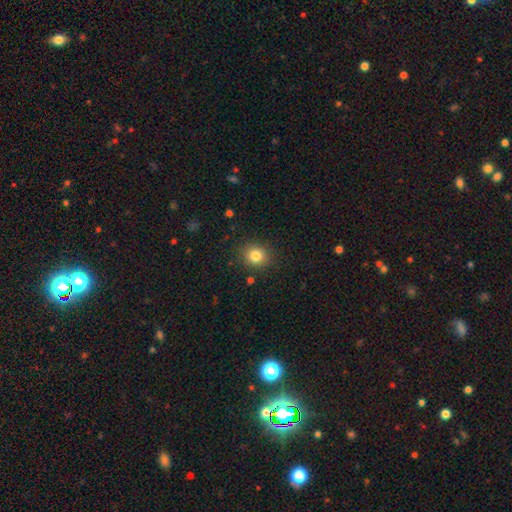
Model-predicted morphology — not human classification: The model was most divided on "how rounded": round: 79%, in between: 20%, cigar-shaped: 1%. More confident: merging — none (88%); smooth or featured — smooth (82%).